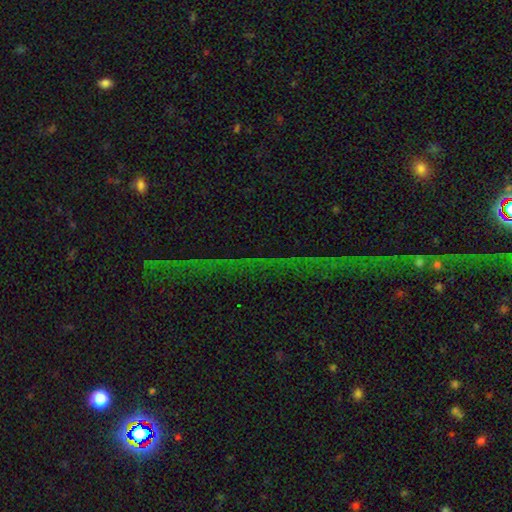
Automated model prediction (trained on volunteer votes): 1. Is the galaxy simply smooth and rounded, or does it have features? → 75% star or artifact, 13% featured or disk, 12% smooth.